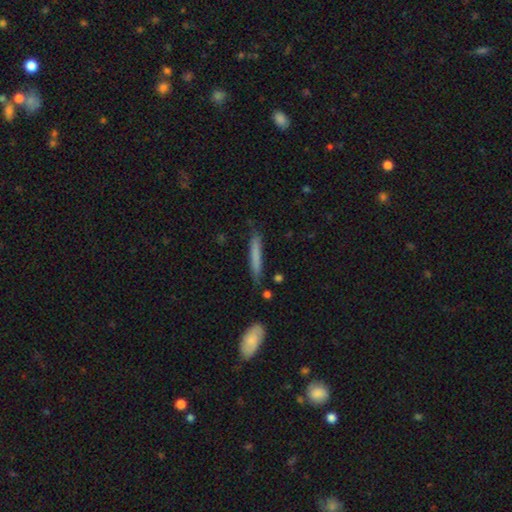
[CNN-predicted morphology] The model was most divided on "smooth or featured": smooth: 72%, featured or disk: 22%, star or artifact: 6%. More confident: how rounded — cigar-shaped (94%); merging — none (79%).